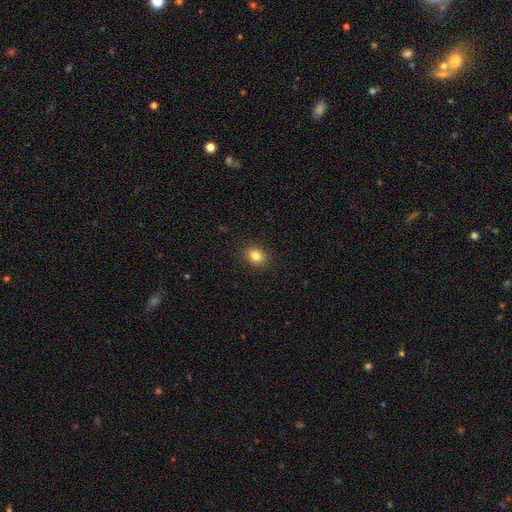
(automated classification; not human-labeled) A smooth galaxy with no disk features (83%) that is round (52%).

Vote fractions:
- Smooth or featured? smooth: 83% / star or artifact: 11% / featured or disk: 7%
- How rounded? round: 52% / in between: 47% / cigar-shaped: 1%
- Merging? none: 90% / minor disturbance: 7% / major disturbance: 2% / merger: 1%